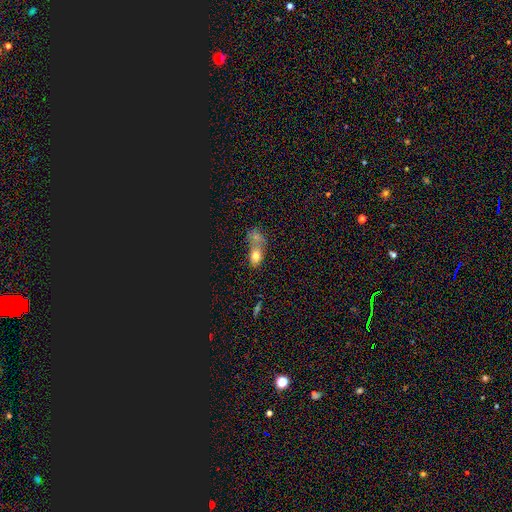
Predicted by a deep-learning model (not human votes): The model was most divided on "merging": merger: 49%, none: 29%, minor disturbance: 12%, major disturbance: 10%. More confident: how rounded — in between (75%); smooth or featured — smooth (72%).